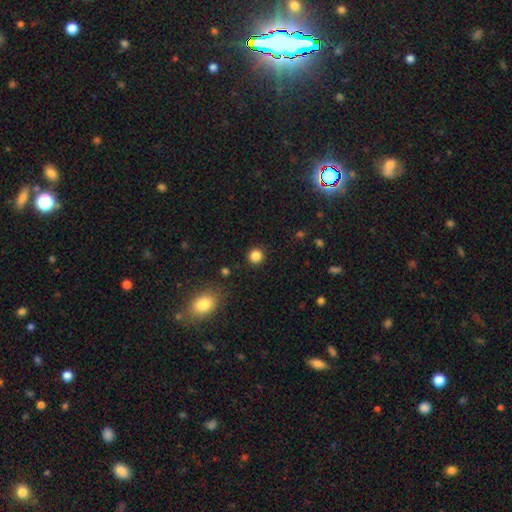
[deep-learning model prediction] smooth_or_featured: smooth (p=0.85) [alt: star or artifact p=0.12]
how_rounded: round (p=0.94) [alt: in between p=0.05]
merging: none (p=0.91) [alt: minor disturbance p=0.06]